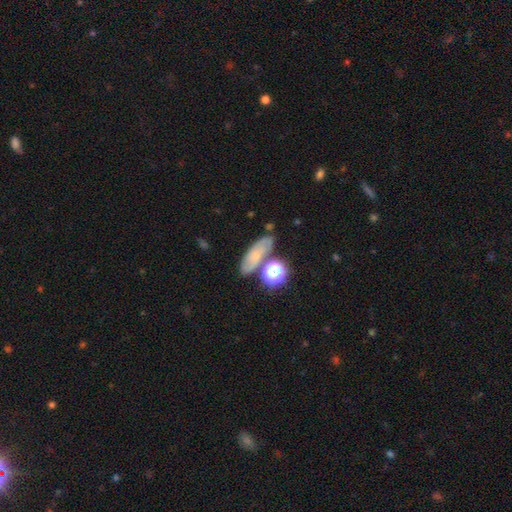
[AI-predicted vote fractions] This appears to be a smooth galaxy with no disk features (53%) that is in between round and cigar-shaped (55%). Merging: none (64%).